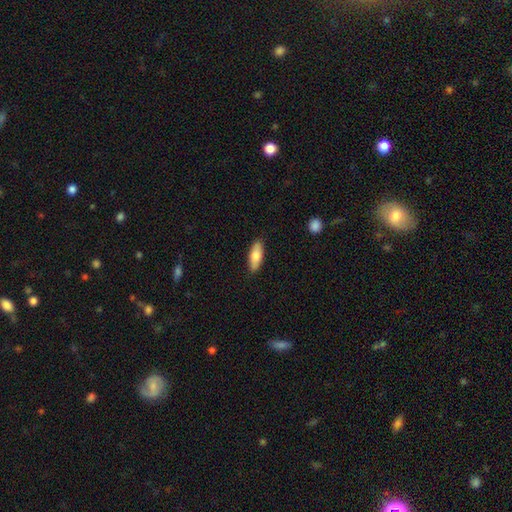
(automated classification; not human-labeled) Smooth or featured? Predicted: smooth (p=0.76). How rounded? Predicted: in between (p=0.69). Merging? Predicted: none (p=0.88).